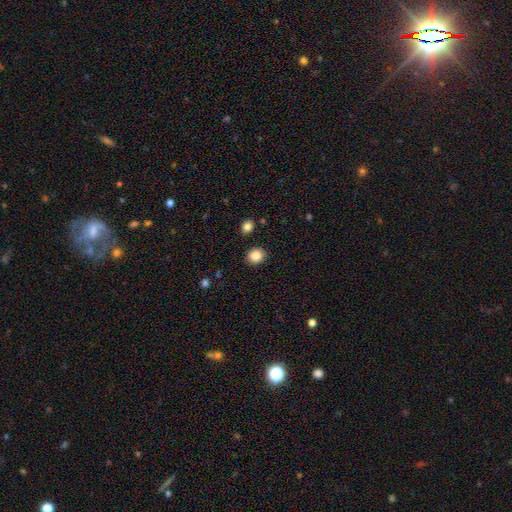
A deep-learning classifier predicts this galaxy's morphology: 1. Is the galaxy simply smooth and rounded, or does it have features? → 87% smooth, 10% star or artifact, 4% featured or disk.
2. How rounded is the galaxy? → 80% round, 19% in between, 1% cigar-shaped.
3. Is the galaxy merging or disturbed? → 89% none, 7% minor disturbance, 2% major disturbance, 2% merger.